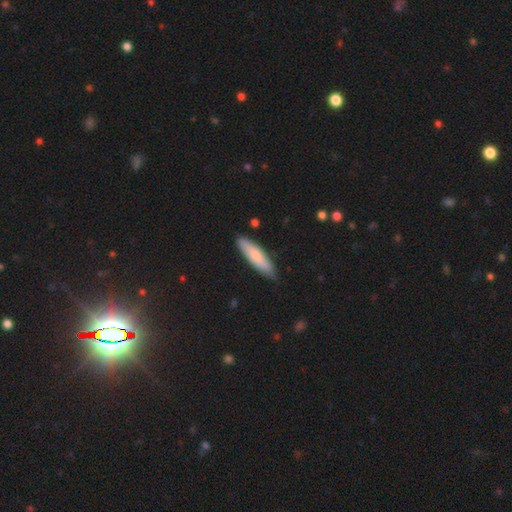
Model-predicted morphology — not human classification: Smooth or featured? smooth (76%)
How rounded? cigar-shaped (71%)
Merging? none (85%)